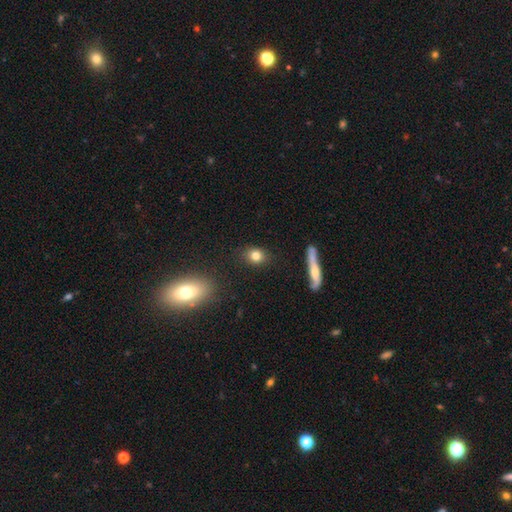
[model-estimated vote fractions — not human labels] Smooth or featured?
  - smooth: 81% *
  - star or artifact: 10%
  - featured or disk: 9%
How rounded?
  - round: 60% *
  - in between: 37%
  - cigar-shaped: 3%
Merging?
  - none: 85% *
  - minor disturbance: 10%
  - major disturbance: 3%
  - merger: 2%